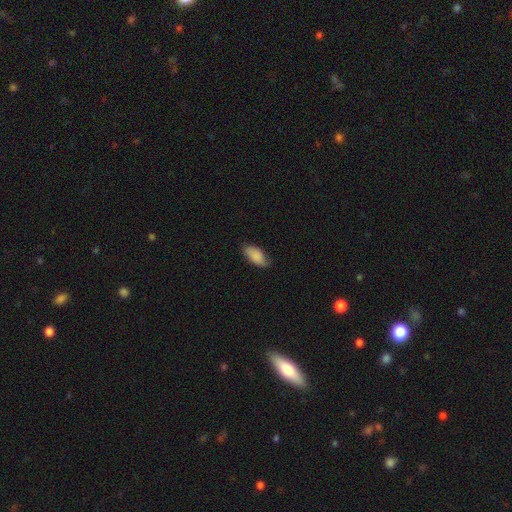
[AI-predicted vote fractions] smooth-or-featured: smooth: 82% | featured or disk: 12% | star or artifact: 7%
  how-rounded: in between: 90% | cigar-shaped: 7% | round: 2%
  merging: none: 74% | minor disturbance: 21% | major disturbance: 4% | merger: 1%